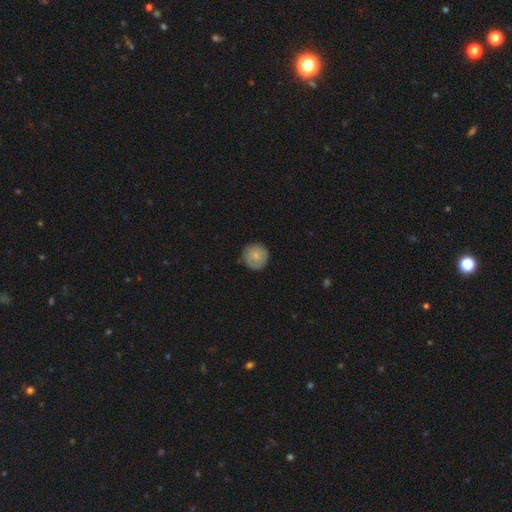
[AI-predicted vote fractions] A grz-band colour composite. It shows a smooth galaxy with no disk features (78%) that is round (94%). Merging: none (82%).